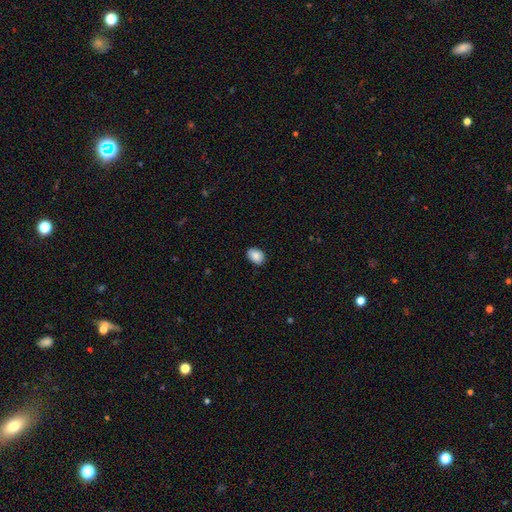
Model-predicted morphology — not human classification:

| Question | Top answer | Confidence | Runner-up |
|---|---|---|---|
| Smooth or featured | smooth | 86% | star or artifact (7%) |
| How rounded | in between | 74% | round (25%) |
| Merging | none | 86% | minor disturbance (11%) |